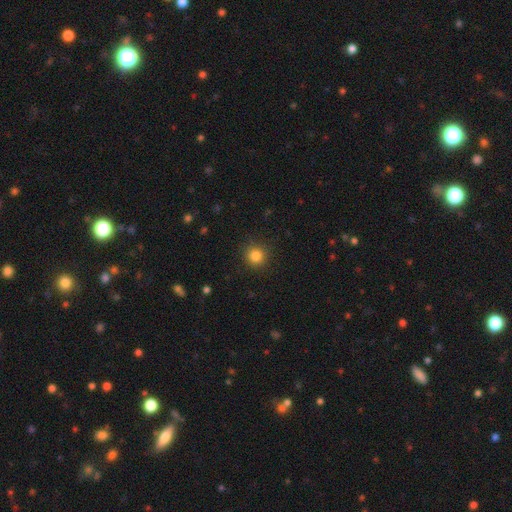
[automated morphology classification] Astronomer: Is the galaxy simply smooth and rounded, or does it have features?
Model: smooth — 84%.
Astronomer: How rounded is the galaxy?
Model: round — 93%.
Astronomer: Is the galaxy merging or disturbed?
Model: none — 90%.